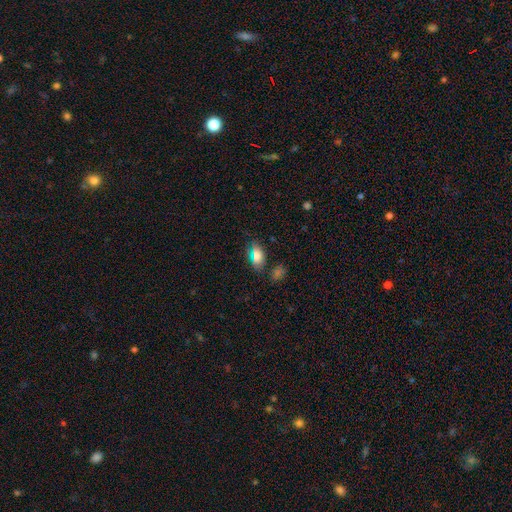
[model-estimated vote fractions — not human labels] Q: Smooth or featured?
A: smooth (73%); runner-up: star or artifact (18%)
Q: How rounded?
A: in between (87%); runner-up: round (8%)
Q: Merging?
A: none (75%); runner-up: minor disturbance (17%)